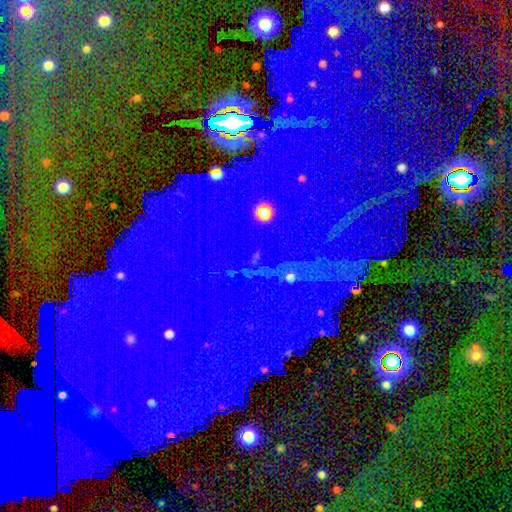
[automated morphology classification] Smooth or featured?
  - star or artifact: 86% *
  - featured or disk: 7%
  - smooth: 6%